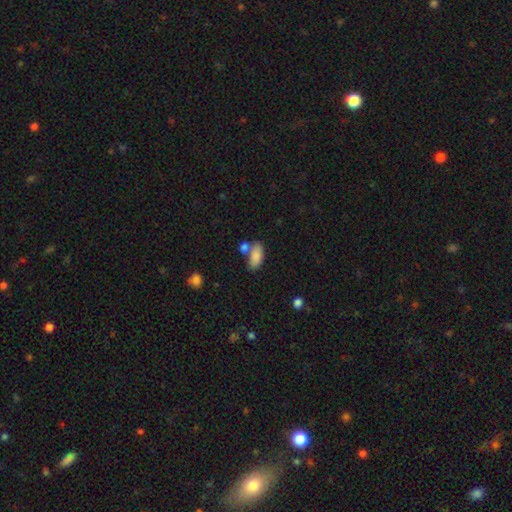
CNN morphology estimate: smooth_or_featured: smooth (p=0.85) [alt: featured or disk p=0.08]
how_rounded: in between (p=0.91) [alt: cigar-shaped p=0.06]
merging: none (p=0.52) [alt: merger p=0.27]